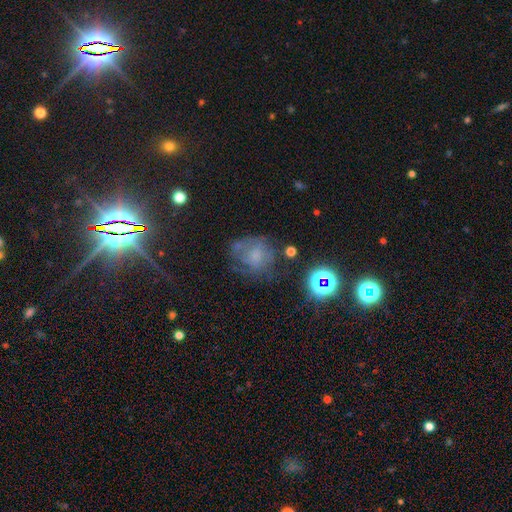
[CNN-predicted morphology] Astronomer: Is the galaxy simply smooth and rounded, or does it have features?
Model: smooth — 40% (runner-up: featured or disk, 39%).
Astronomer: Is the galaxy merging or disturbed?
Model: none — 51%.